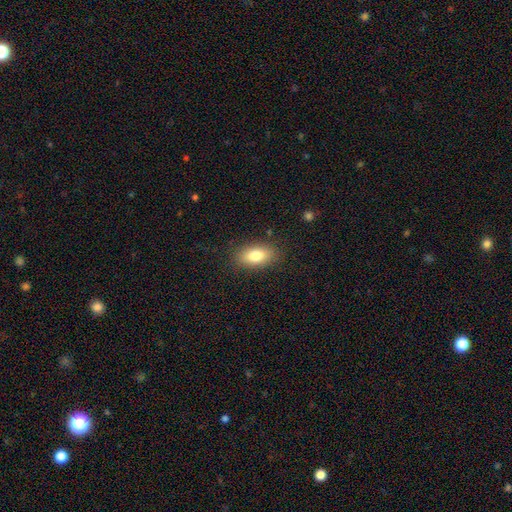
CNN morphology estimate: Overall: smooth (80%). How rounded: in between (89%). Merging: none (86%).